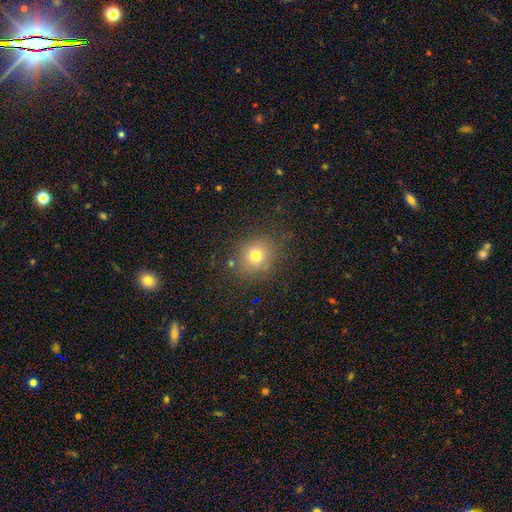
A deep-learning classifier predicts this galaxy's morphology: Smooth or featured? smooth (73%)
How rounded? round (80%)
Merging? none (80%)